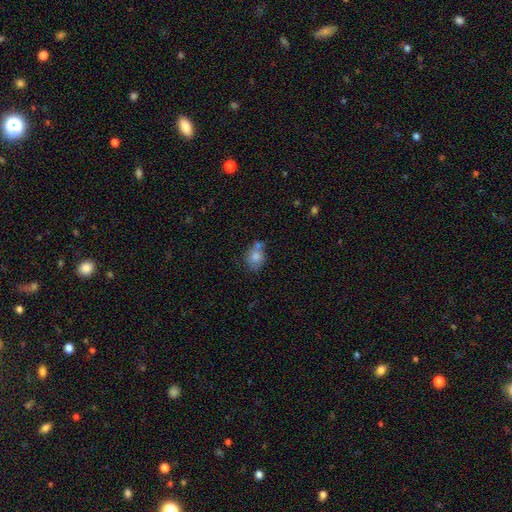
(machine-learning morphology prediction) Q: Smooth or featured?
A: smooth (79%); runner-up: featured or disk (12%)
Q: How rounded?
A: round (57%); runner-up: in between (42%)
Q: Merging?
A: none (46%); runner-up: merger (30%)